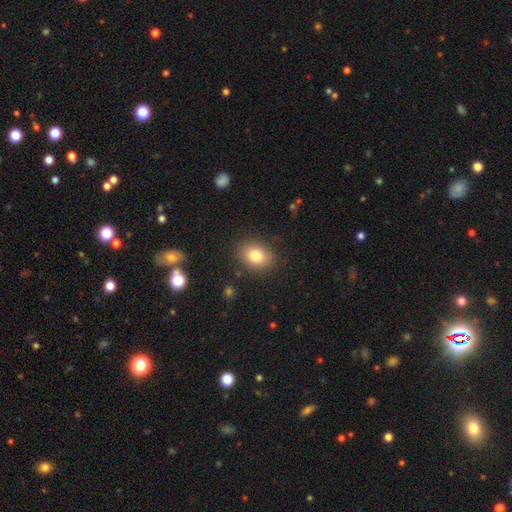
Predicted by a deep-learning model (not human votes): Smooth or featured? Predicted: smooth (p=0.81). How rounded? Predicted: in between (p=0.55). Merging? Predicted: none (p=0.86).